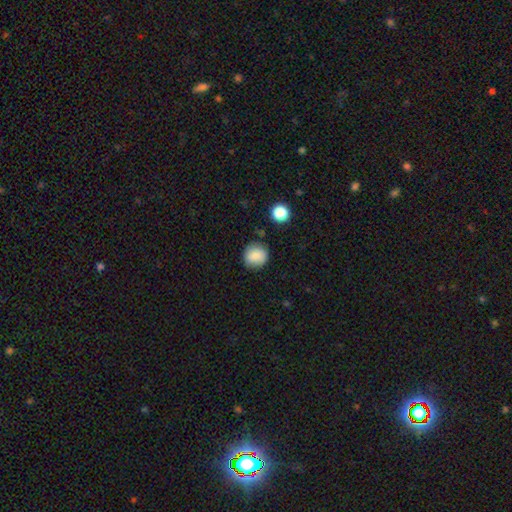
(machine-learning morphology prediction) The model was most divided on "merging": none: 81%, minor disturbance: 14%, major disturbance: 3%, merger: 3%. More confident: smooth or featured — smooth (86%); how rounded — round (86%).